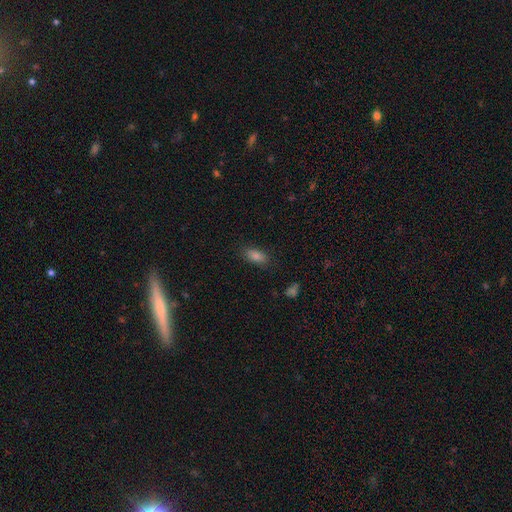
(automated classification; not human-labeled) This is clearly a smooth galaxy (81%). How rounded: clearly in between (88%). Merging: clearly none (85%).